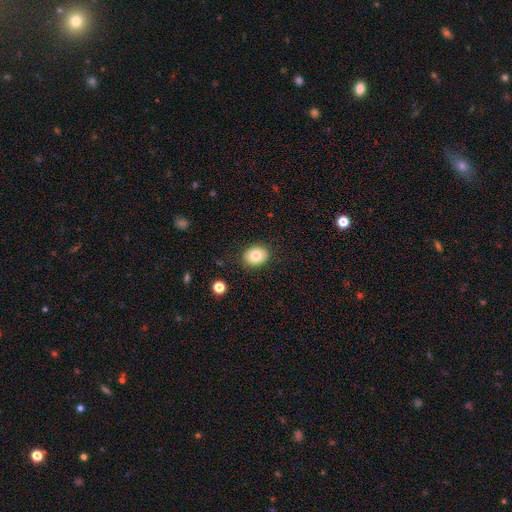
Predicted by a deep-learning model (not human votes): Overall: smooth (81%). How rounded: round (53%; in between 46%). Merging: none (88%).